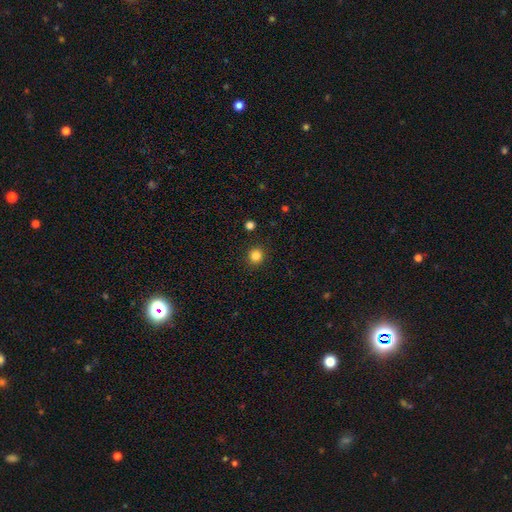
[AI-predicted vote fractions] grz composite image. It shows a smooth galaxy with no disk features (83%) that is round (91%). Merging: none (92%).